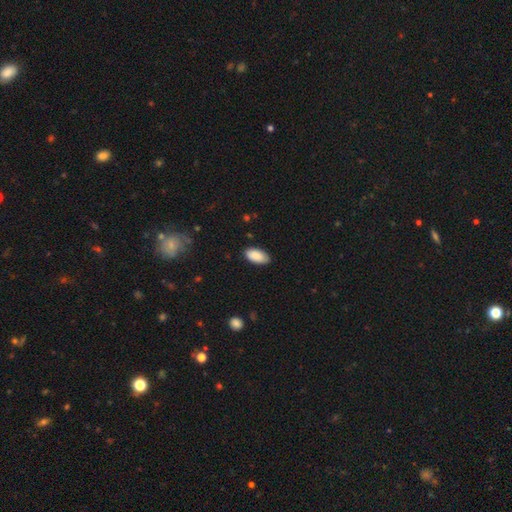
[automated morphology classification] The model was most divided on "merging": none: 86%, minor disturbance: 11%, major disturbance: 2%, merger: 1%. More confident: how rounded — in between (94%); smooth or featured — smooth (90%).